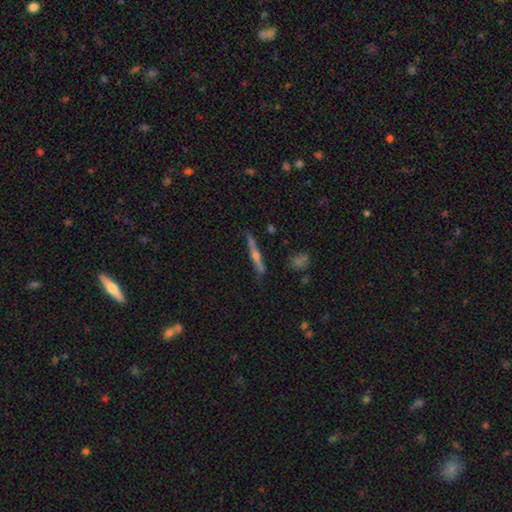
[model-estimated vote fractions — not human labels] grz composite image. It shows a featured or disk galaxy (71%) viewed edge-on (97%) with a rounded central bulge (89%). Merging: none (86%).